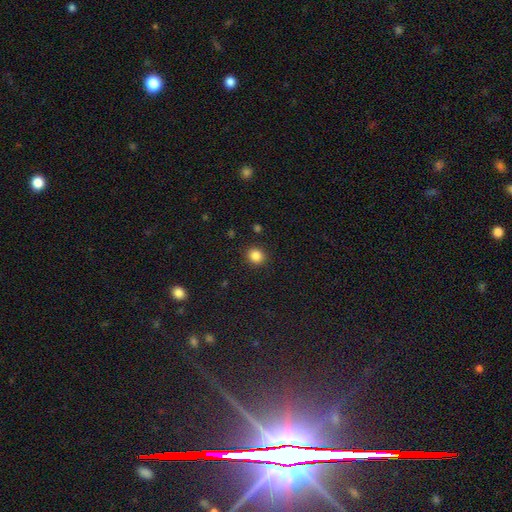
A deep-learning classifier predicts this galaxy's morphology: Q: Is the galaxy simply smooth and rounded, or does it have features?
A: smooth — 85%.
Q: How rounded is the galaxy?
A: round — 86%.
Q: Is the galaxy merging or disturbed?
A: none — 90%.